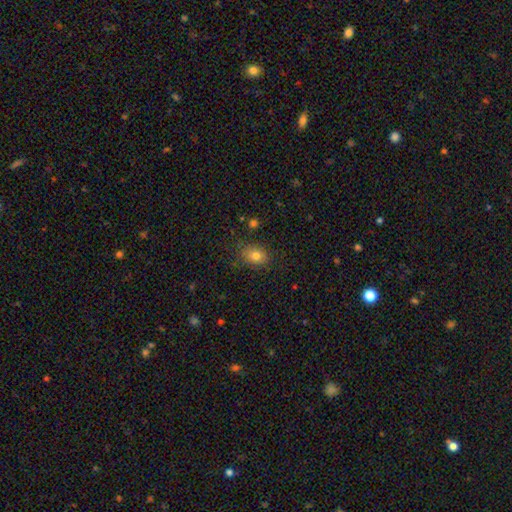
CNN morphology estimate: smooth 82%, star or artifact 11%, featured or disk 7%. Down the decision tree: how rounded — in between (69%); merging — none (81%).